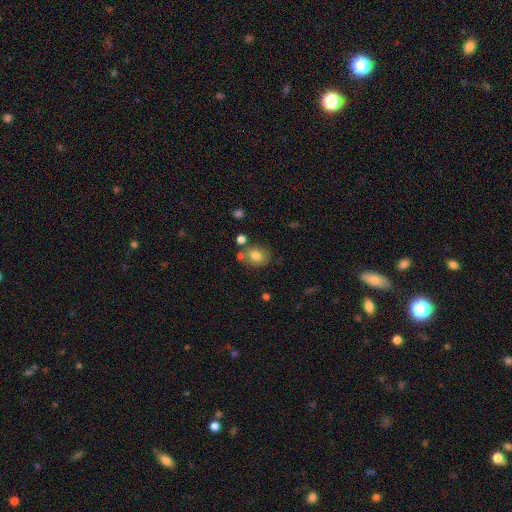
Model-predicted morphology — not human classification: type=smooth (78%); roundness=round (51%); merging=none (67%).